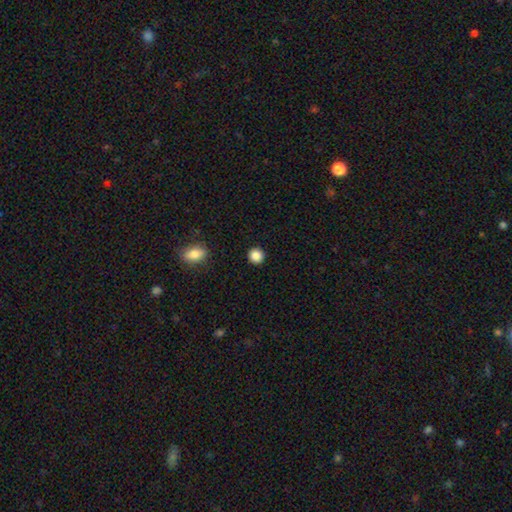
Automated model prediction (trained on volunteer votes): The model was most divided on "smooth or featured": smooth: 87%, star or artifact: 10%, featured or disk: 3%. More confident: how rounded — round (93%); merging — none (92%).